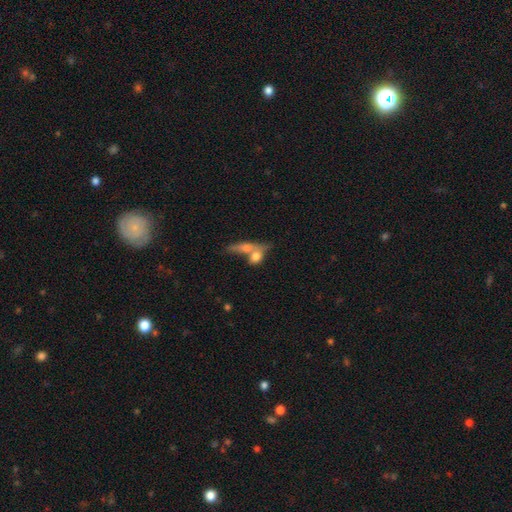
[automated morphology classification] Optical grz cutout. It shows a smooth galaxy with no disk features (68%) that is in between round and cigar-shaped (55%). Merging: merger (55%).